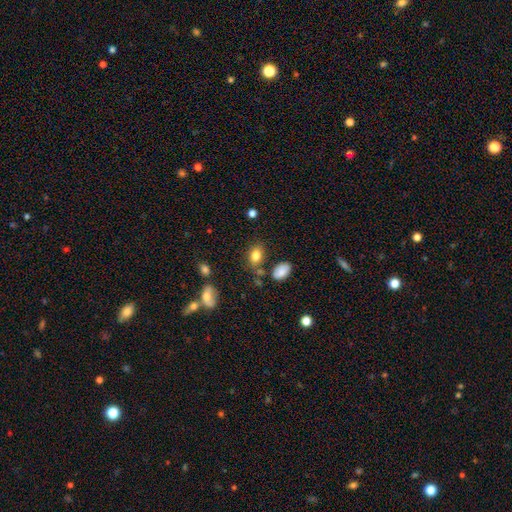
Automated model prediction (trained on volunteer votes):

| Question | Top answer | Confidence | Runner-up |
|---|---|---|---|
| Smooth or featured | smooth | 81% | star or artifact (10%) |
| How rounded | in between | 82% | round (16%) |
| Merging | none | 72% | minor disturbance (16%) |